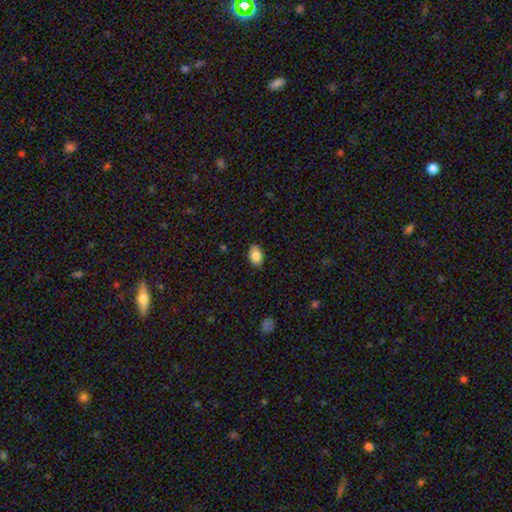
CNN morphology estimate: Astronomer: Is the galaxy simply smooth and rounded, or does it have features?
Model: smooth — 85%.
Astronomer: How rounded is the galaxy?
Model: in between — 87%.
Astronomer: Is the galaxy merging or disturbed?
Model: none — 86%.